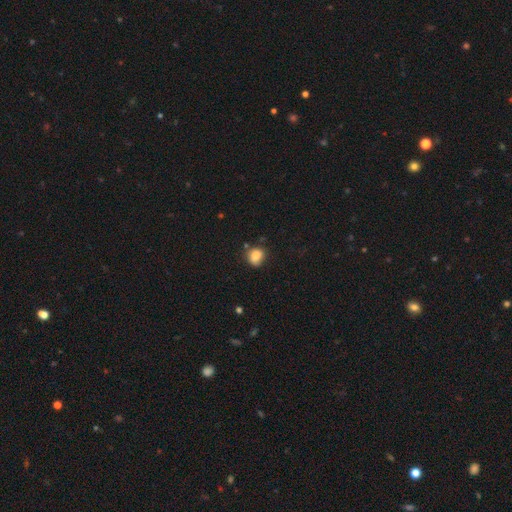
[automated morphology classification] Smooth or featured? smooth (83%)
How rounded? round (58%)
Merging? none (60%)